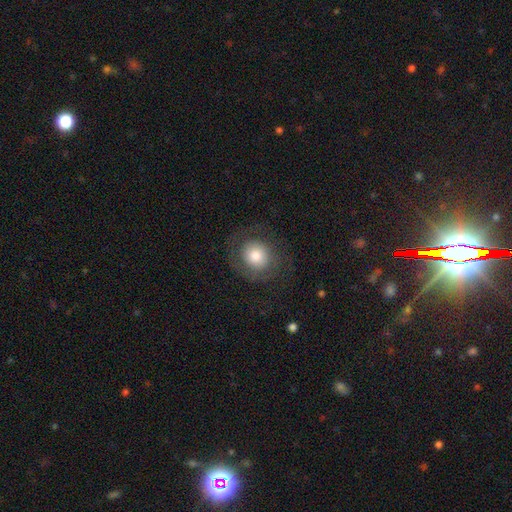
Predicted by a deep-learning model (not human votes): Smooth or featured? Predicted: smooth (p=0.67). How rounded? Predicted: round (p=0.83). Merging? Predicted: none (p=0.76).